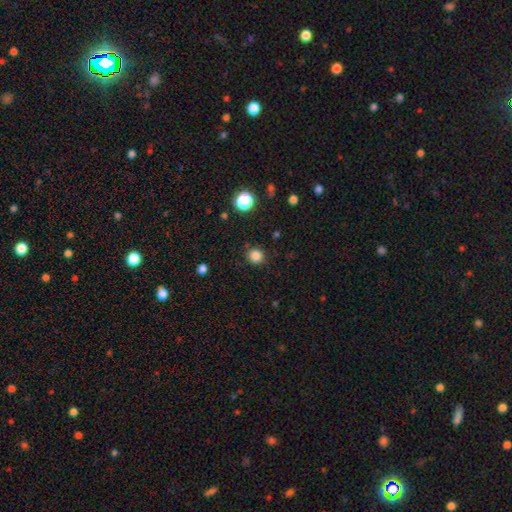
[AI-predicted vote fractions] Smooth or featured? Predicted: smooth (p=0.84). How rounded? Predicted: round (p=0.92). Merging? Predicted: none (p=0.89).